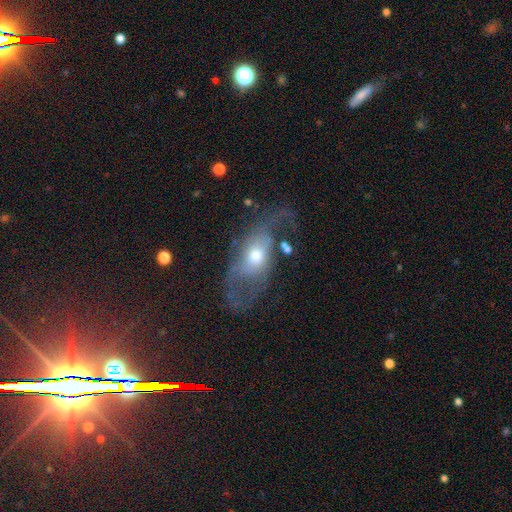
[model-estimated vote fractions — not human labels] Smooth or featured: featured or disk — 57% (smooth — 35%)
Edge-on disk: no — 87% (yes — 13%)
Merging: major disturbance — 38% (none — 37%)